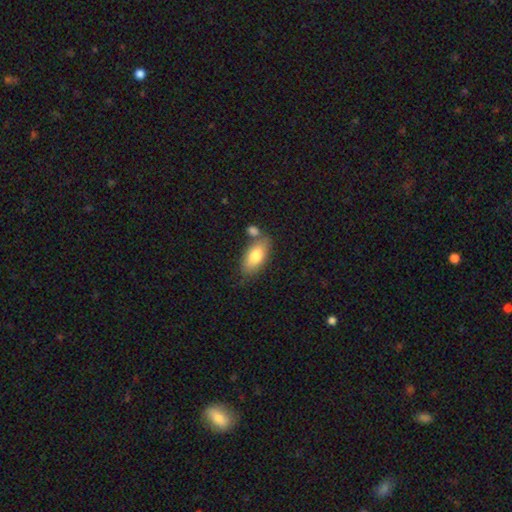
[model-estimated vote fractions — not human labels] A smooth galaxy with no disk features (79%) that is in between round and cigar-shaped (89%).

Vote fractions:
- Smooth or featured? smooth: 79% / featured or disk: 15% / star or artifact: 6%
- How rounded? in between: 89% / cigar-shaped: 8% / round: 3%
- Merging? none: 64% / merger: 16% / minor disturbance: 15% / major disturbance: 4%